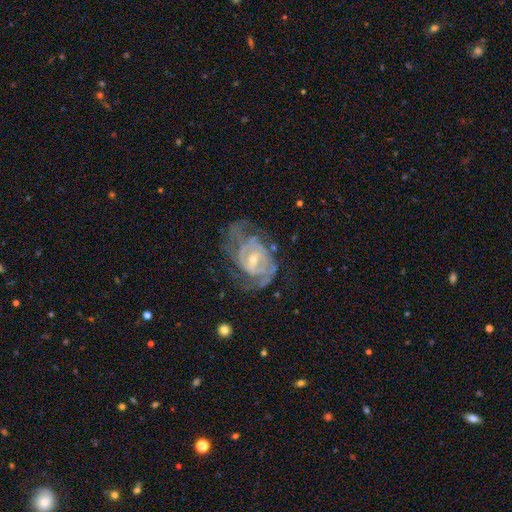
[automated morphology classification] featured or disk 78%, star or artifact 13%, smooth 9%. Down the decision tree: edge-on disk — no (96%); bar — weak (43%); spiral arms — yes (93%); spiral arm count — 2 (34%); spiral winding — tight (61%); bulge size — small (63%); merging — none (70%).